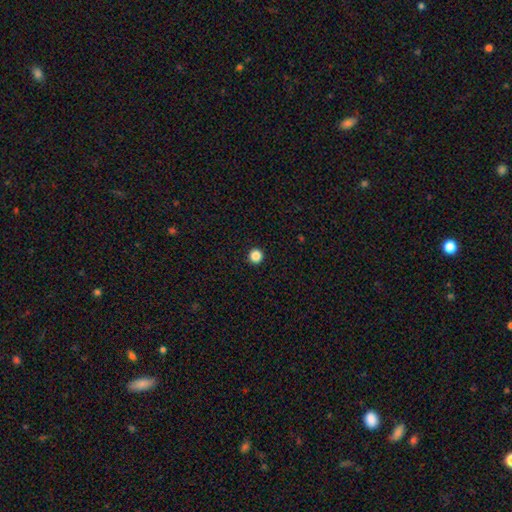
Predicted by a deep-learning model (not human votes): The model was most divided on "smooth or featured": smooth: 86%, star or artifact: 11%, featured or disk: 3%. More confident: how rounded — round (96%); merging — none (94%).